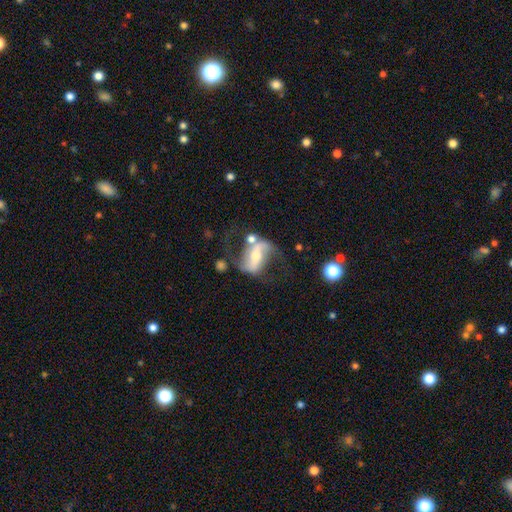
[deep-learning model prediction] The model was most divided on "bulge size": moderate: 53%, small: 38%, large: 5%, none: 2%, dominant: 2%. Remaining: edge-on disk — no (95%); spiral arms — yes (90%); spiral arm count — 2 (89%); smooth or featured — featured or disk (81%); spiral winding — loose (71%); merging — none (50%); bar — strong (48%).